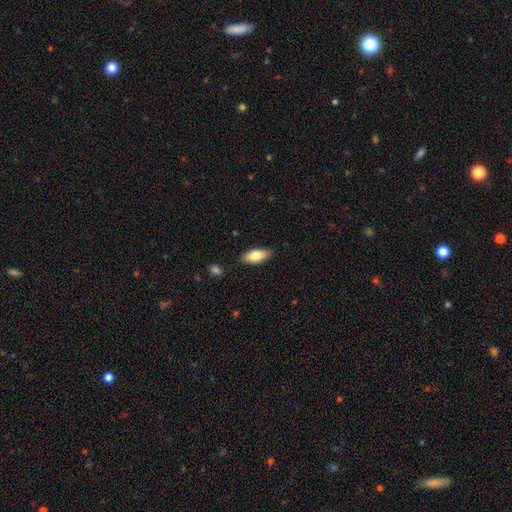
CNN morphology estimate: Overall: smooth (77%). How rounded: in between (82%). Merging: none (86%).